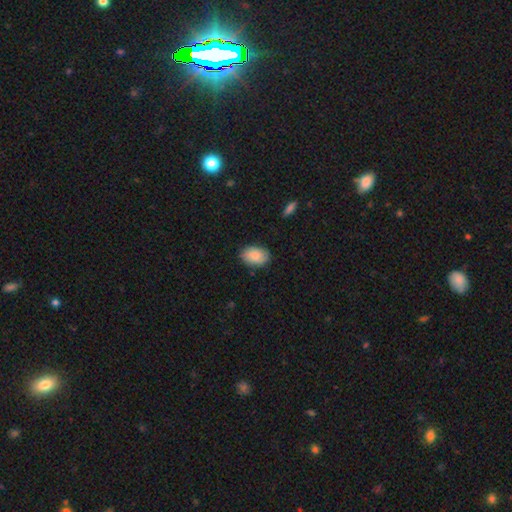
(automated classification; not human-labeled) Overall: smooth (83%). How rounded: in between (86%). Merging: none (79%).